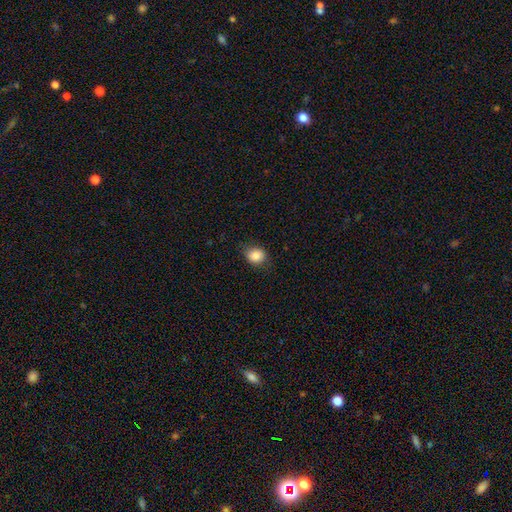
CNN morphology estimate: A smooth galaxy with no disk features (85%) that is round (66%). Merging: none (80%).